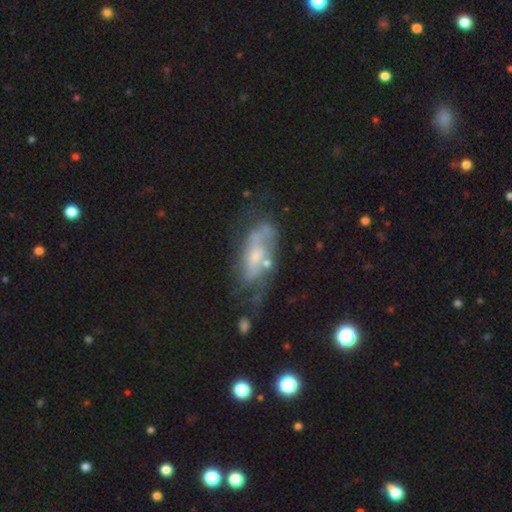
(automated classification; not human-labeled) Smooth or featured? Predicted: featured or disk (p=0.66). Edge-on disk? Predicted: no (p=0.86). Bar? Predicted: no (p=0.60). Spiral arms? Predicted: yes (p=0.65). Bulge size? Predicted: small (p=0.48). Merging? Predicted: none (p=0.44).